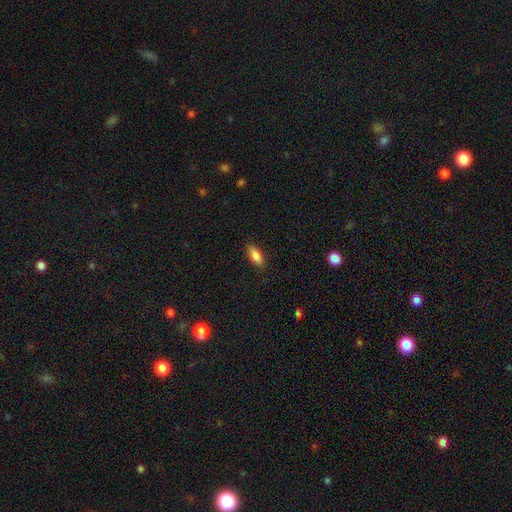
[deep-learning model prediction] smooth_or_featured: smooth (p=0.85) [alt: featured or disk p=0.08]
how_rounded: in between (p=0.76) [alt: cigar-shaped p=0.22]
merging: none (p=0.85) [alt: minor disturbance p=0.12]